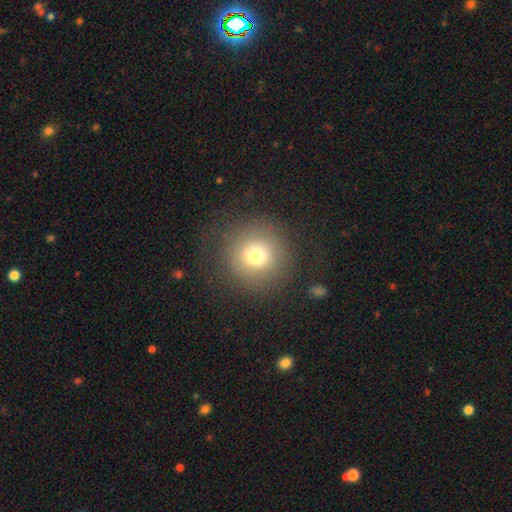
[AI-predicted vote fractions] A smooth galaxy with no disk features (72%) that is round (95%).

Vote fractions:
- Smooth or featured? smooth: 72% / star or artifact: 16% / featured or disk: 12%
- How rounded? round: 95% / in between: 4% / cigar-shaped: 1%
- Merging? none: 83% / minor disturbance: 9% / major disturbance: 7% / merger: 1%